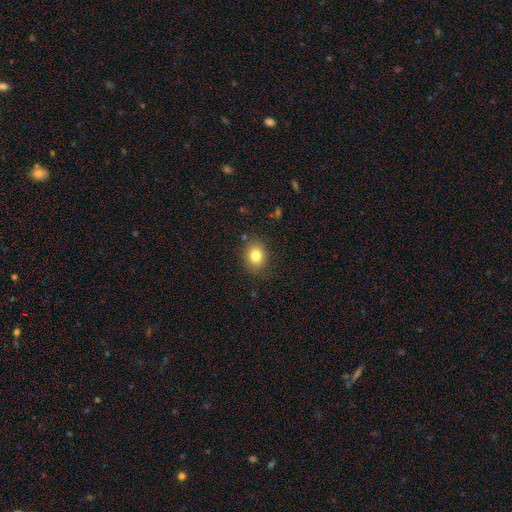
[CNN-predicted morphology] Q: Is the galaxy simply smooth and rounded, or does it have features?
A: smooth — 81%.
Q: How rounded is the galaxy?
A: round — 55%.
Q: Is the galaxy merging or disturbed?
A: none — 83%.